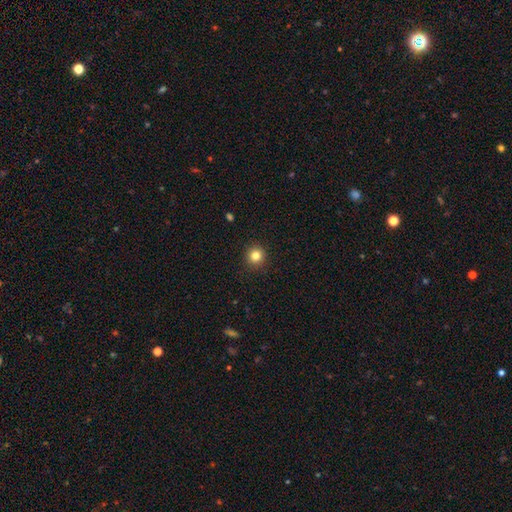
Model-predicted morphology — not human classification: smooth 82%, star or artifact 12%, featured or disk 6%. Down the decision tree: how rounded — round (94%); merging — none (93%).